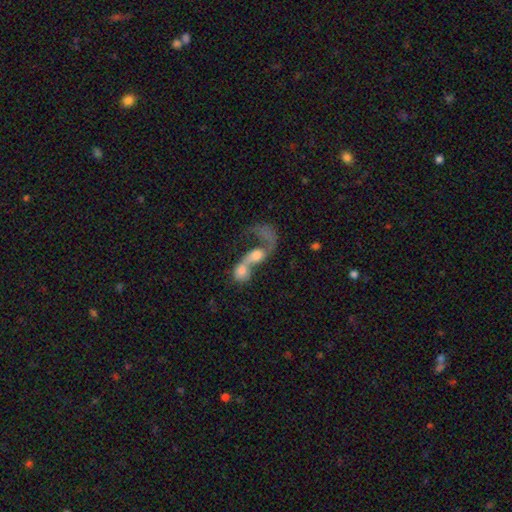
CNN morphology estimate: This is possibly a featured or disk galaxy (51%). It is clearly not viewed edge-on (94%). Merging: likely merger (78%).